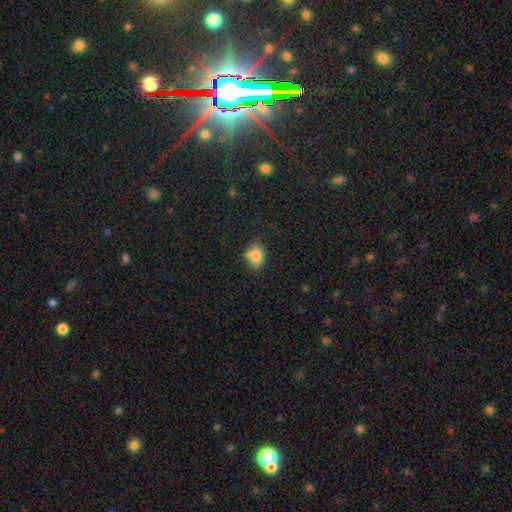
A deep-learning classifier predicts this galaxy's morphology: This is likely a smooth galaxy (80%). How rounded: likely in between (64%). Merging: possibly none (54%).